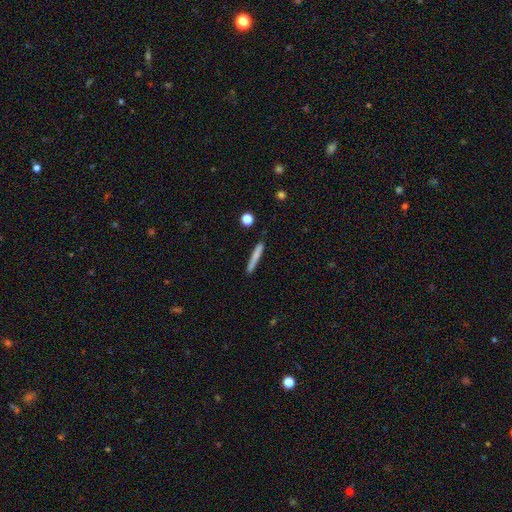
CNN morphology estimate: Smooth or featured? smooth (74%)
How rounded? cigar-shaped (96%)
Merging? none (86%)